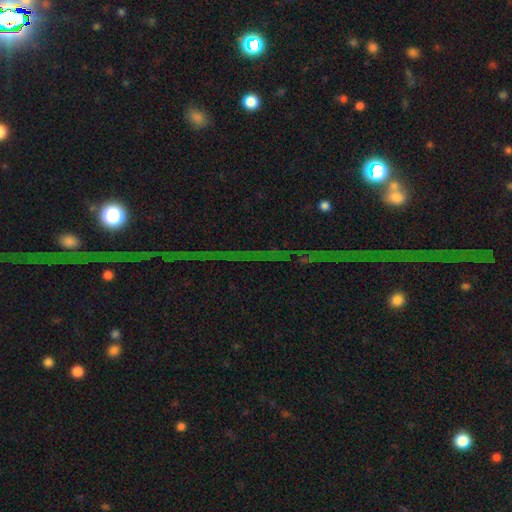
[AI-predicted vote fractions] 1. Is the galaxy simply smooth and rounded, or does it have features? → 77% star or artifact, 13% featured or disk, 10% smooth.